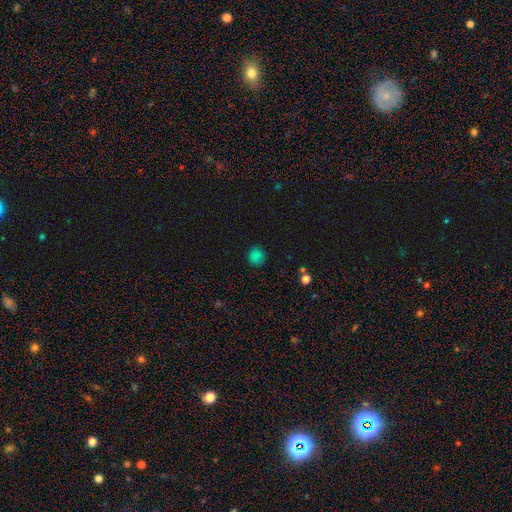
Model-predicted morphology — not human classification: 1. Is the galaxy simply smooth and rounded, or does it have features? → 80% smooth, 16% star or artifact, 3% featured or disk.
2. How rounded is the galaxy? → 90% round, 9% in between, 1% cigar-shaped.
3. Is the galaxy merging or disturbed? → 88% none, 8% minor disturbance, 2% major disturbance, 1% merger.